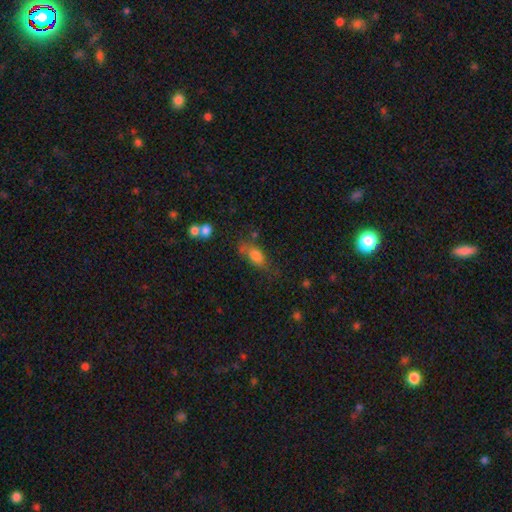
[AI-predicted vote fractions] smooth_or_featured: smooth (p=0.75) [alt: featured or disk p=0.15]
how_rounded: in between (p=0.79) [alt: cigar-shaped p=0.12]
merging: none (p=0.52) [alt: minor disturbance p=0.26]